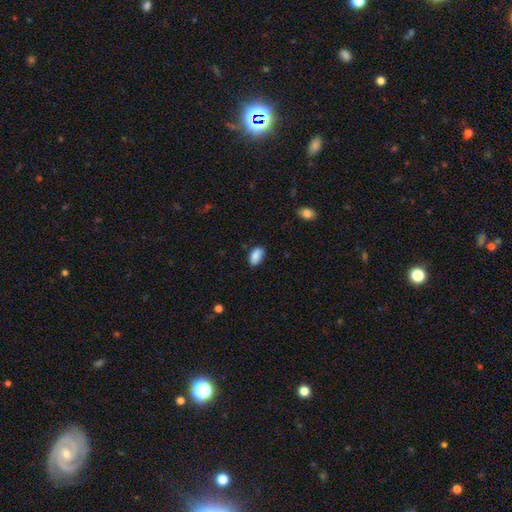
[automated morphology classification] Smooth or featured? smooth (88%)
How rounded? in between (94%)
Merging? none (79%)